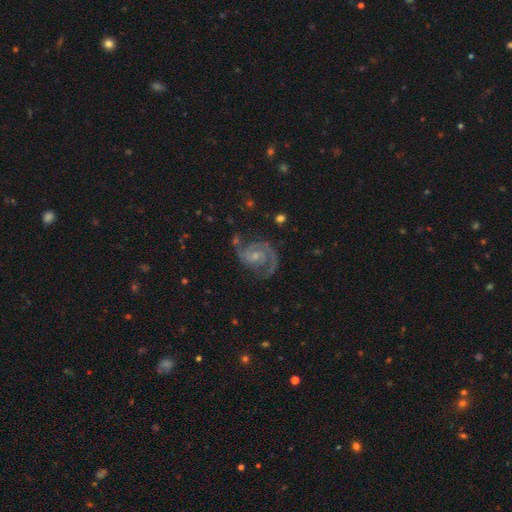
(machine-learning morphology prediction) smooth-or-featured: featured or disk: 89% | star or artifact: 6% | smooth: 5%
  disk-edge-on: no: 98% | yes: 2%
    bar: no: 51% | weak: 40% | strong: 8%
    has-spiral-arms: yes: 98% | no: 2%
      spiral-winding: medium: 53% | tight: 35% | loose: 12%
      spiral-arm-count: 2: 85% | 3: 4% | can't tell: 4% | 1: 3% | 4: 1% | more than 4: 1%
    bulge-size: small: 55% | moderate: 35% | none: 7% | large: 2% | dominant: 1%
  merging: none: 67% | minor disturbance: 19% | major disturbance: 11% | merger: 4%